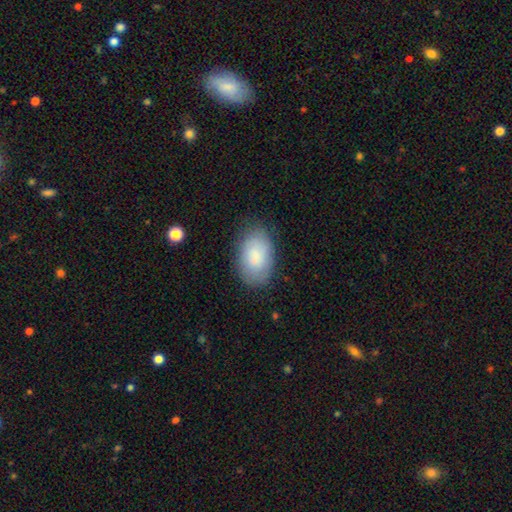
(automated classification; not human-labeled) Q: Smooth or featured?
A: smooth (84%); runner-up: featured or disk (10%)
Q: How rounded?
A: in between (91%); runner-up: round (7%)
Q: Merging?
A: none (79%); runner-up: minor disturbance (15%)